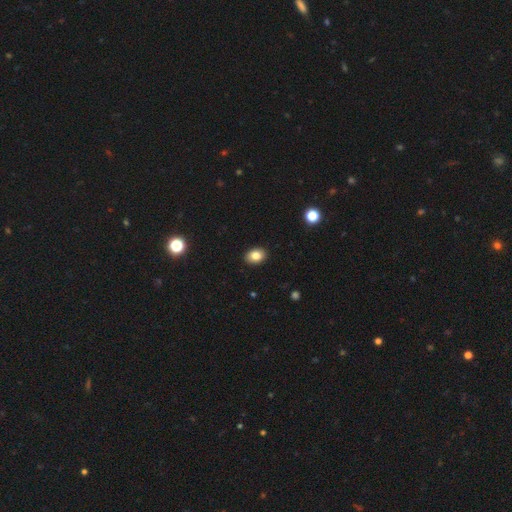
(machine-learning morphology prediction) smooth_or_featured: smooth (p=0.83) [alt: star or artifact p=0.10]
how_rounded: in between (p=0.70) [alt: round p=0.29]
merging: none (p=0.90) [alt: minor disturbance p=0.07]